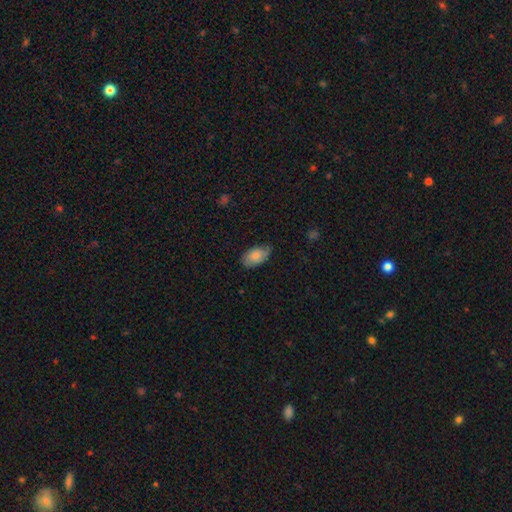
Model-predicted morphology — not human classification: smooth_or_featured: smooth (p=0.75) [alt: featured or disk p=0.19]
how_rounded: in between (p=0.93) [alt: round p=0.06]
merging: none (p=0.66) [alt: minor disturbance p=0.28]